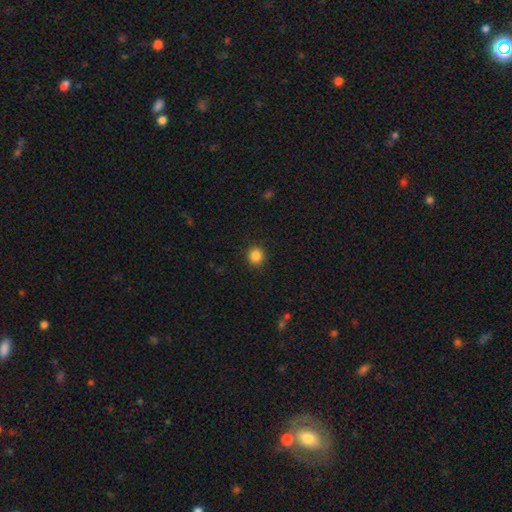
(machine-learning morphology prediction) Smooth or featured?
  - smooth: 86% *
  - star or artifact: 11%
  - featured or disk: 3%
How rounded?
  - round: 90% *
  - in between: 9%
  - cigar-shaped: 1%
Merging?
  - none: 91% *
  - minor disturbance: 6%
  - major disturbance: 2%
  - merger: 1%